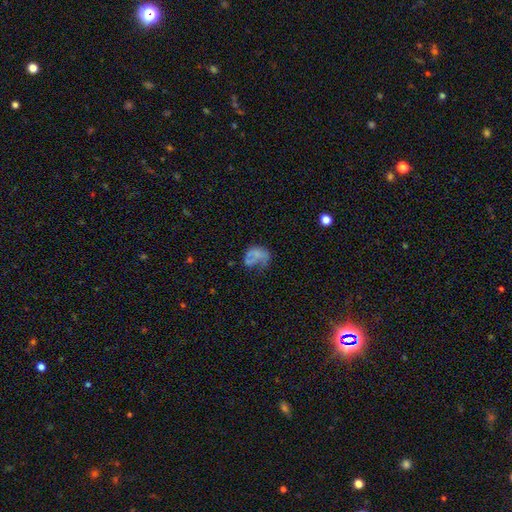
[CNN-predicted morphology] The model was most divided on "smooth or featured": smooth: 46%, featured or disk: 39%, star or artifact: 15%. Remaining: merging — major disturbance (39%).